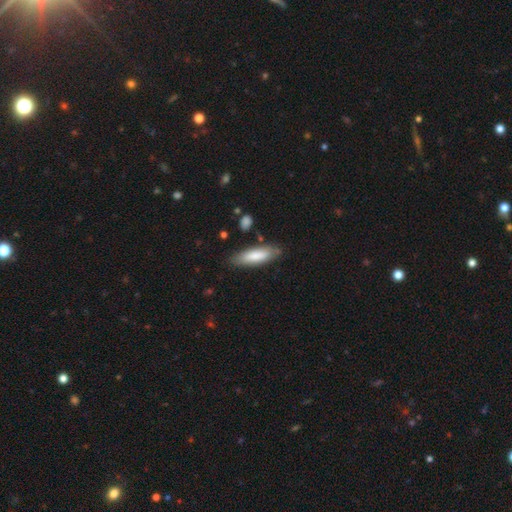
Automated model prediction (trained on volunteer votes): A smooth galaxy with no disk features (78%) that is cigar-shaped (50%).

Vote fractions:
- Smooth or featured? smooth: 78% / featured or disk: 17% / star or artifact: 5%
- How rounded? cigar-shaped: 50% / in between: 48% / round: 1%
- Merging? none: 79% / minor disturbance: 15% / major disturbance: 3% / merger: 3%